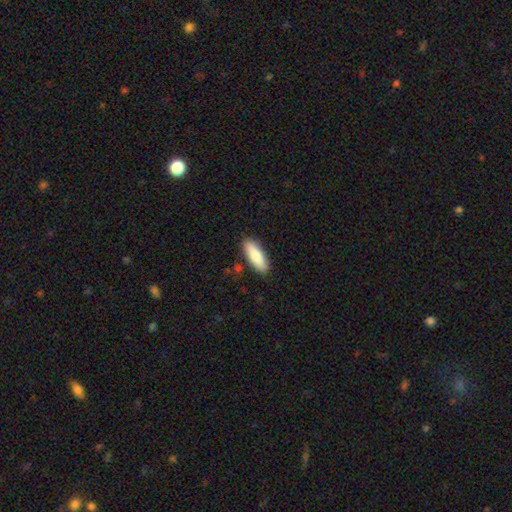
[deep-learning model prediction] smooth_or_featured: smooth (p=0.80) [alt: featured or disk p=0.15]
how_rounded: in between (p=0.56) [alt: cigar-shaped p=0.42]
merging: none (p=0.86) [alt: minor disturbance p=0.10]